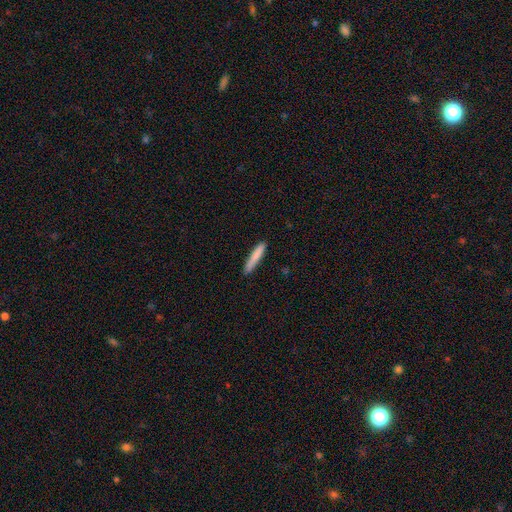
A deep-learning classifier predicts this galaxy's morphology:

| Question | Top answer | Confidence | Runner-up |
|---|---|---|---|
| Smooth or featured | smooth | 82% | featured or disk (12%) |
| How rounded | cigar-shaped | 93% | in between (6%) |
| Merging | none | 87% | minor disturbance (10%) |